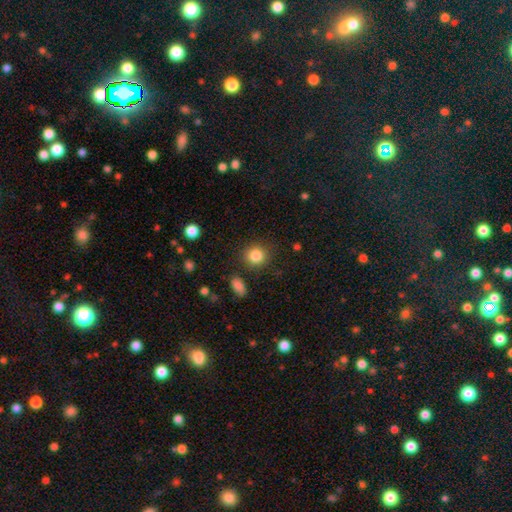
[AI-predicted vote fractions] This appears to be a smooth galaxy with no disk features (85%) that is round (85%). Merging: none (85%).